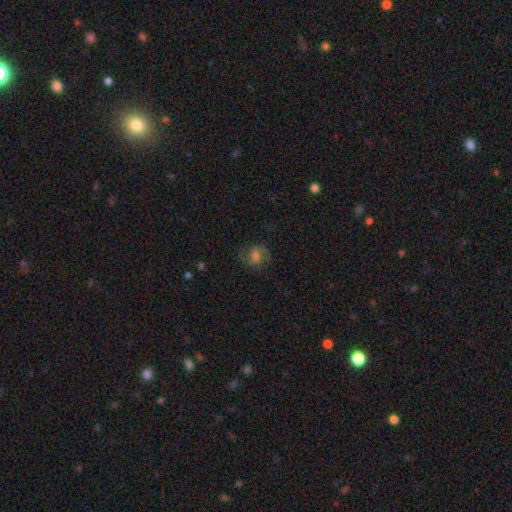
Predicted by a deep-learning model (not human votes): This appears to be a featured or disk galaxy (64%) with a weak bar (49%), 2 (87%) medium (53%) spiral arms (91%) and a moderate central bulge (40%). Merging: none (76%).